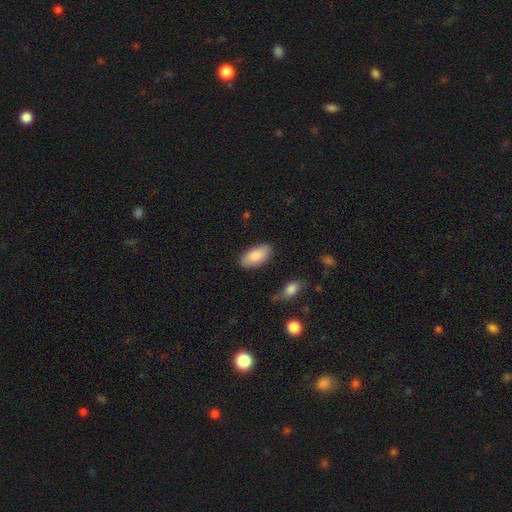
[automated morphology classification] This is clearly a smooth galaxy (84%). How rounded: clearly in between (91%). Merging: clearly none (83%).